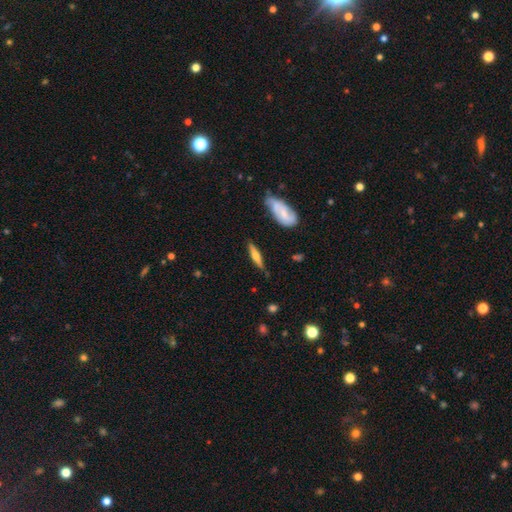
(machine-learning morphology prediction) featured or disk 53%, smooth 41%, star or artifact 6%. Down the decision tree: edge-on disk — yes (91%); merging — none (80%).